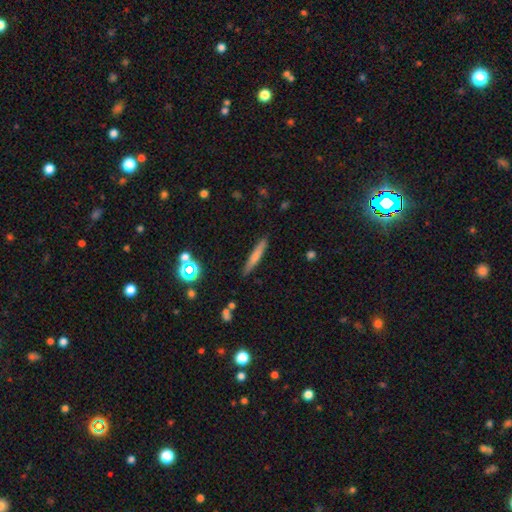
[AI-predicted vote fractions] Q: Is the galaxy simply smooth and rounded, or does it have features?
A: smooth — 68%.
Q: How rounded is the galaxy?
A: cigar-shaped — 93%.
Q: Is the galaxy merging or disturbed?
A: none — 88%.